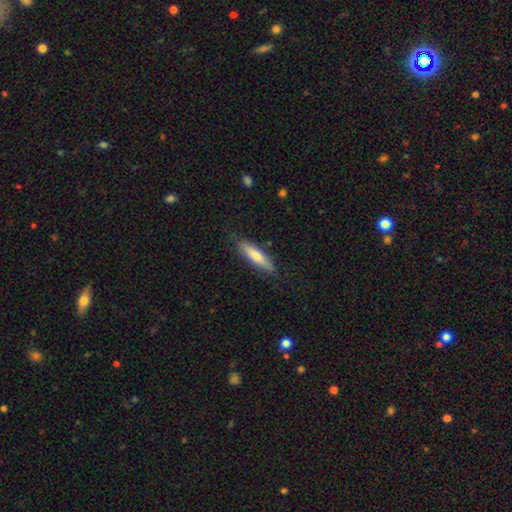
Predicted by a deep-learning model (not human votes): A smooth galaxy with no disk features (68%) that is cigar-shaped (74%). Merging: none (85%).